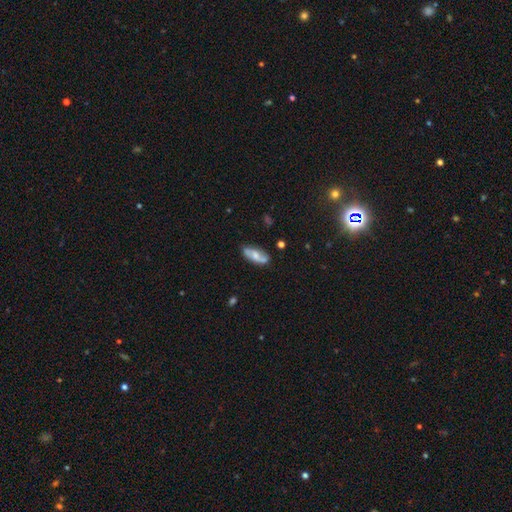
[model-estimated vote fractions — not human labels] Smooth or featured?
  - smooth: 48% *
  - featured or disk: 45%
  - star or artifact: 7%
Merging?
  - none: 69% *
  - minor disturbance: 20%
  - merger: 6%
  - major disturbance: 5%